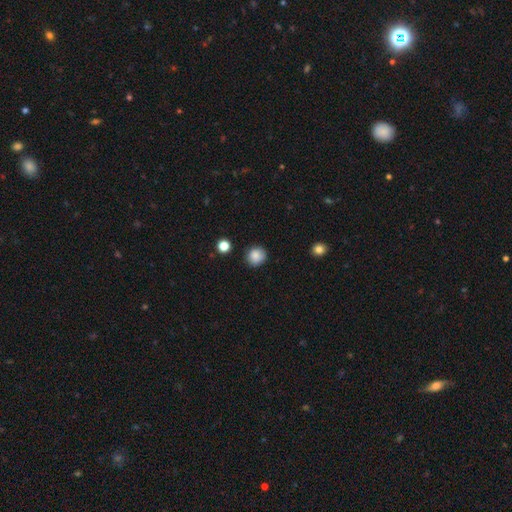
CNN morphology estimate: smooth 86%, star or artifact 9%, featured or disk 5%. Down the decision tree: how rounded — round (88%); merging — none (86%).